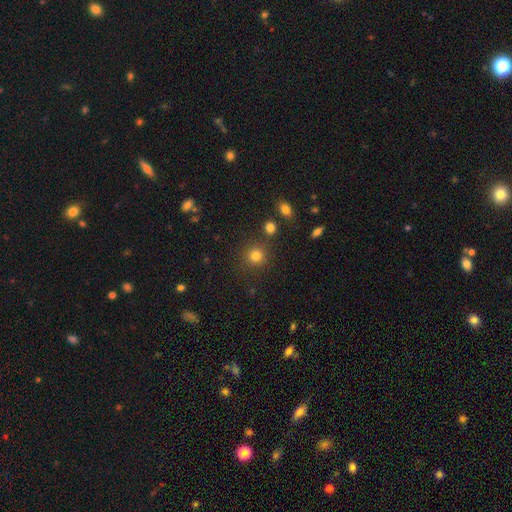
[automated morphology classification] A smooth galaxy with no disk features (81%) that is round (92%). Merging: none (85%).